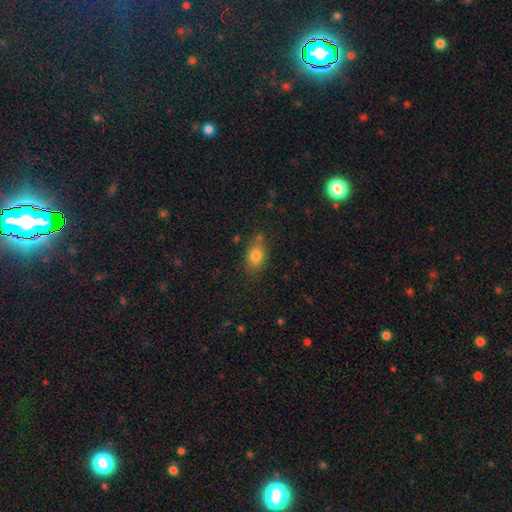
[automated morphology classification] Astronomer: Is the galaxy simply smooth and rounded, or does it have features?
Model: smooth — 81%.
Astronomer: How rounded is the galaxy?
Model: in between — 77%.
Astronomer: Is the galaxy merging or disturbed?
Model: none — 70%.